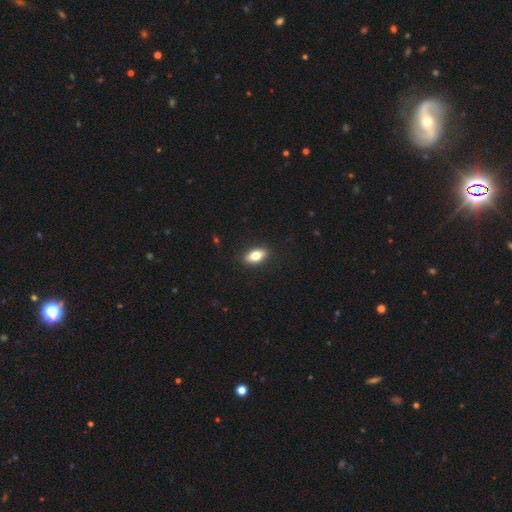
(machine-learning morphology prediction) Q: Smooth or featured?
A: smooth (74%); runner-up: featured or disk (18%)
Q: How rounded?
A: in between (83%); runner-up: cigar-shaped (11%)
Q: Merging?
A: none (89%); runner-up: minor disturbance (8%)